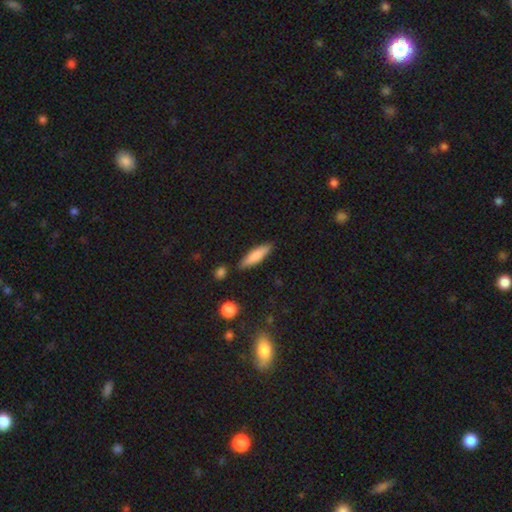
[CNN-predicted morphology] A smooth galaxy with no disk features (78%) that is cigar-shaped (66%).

Vote fractions:
- Smooth or featured? smooth: 78% / featured or disk: 15% / star or artifact: 6%
- How rounded? cigar-shaped: 66% / in between: 33% / round: 2%
- Merging? none: 81% / minor disturbance: 12% / merger: 4% / major disturbance: 3%